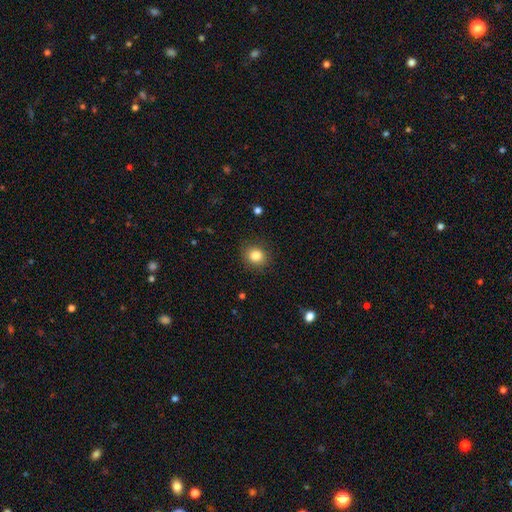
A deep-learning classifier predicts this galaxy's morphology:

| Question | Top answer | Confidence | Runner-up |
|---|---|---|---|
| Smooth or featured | smooth | 84% | star or artifact (11%) |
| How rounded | round | 79% | in between (21%) |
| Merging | none | 88% | minor disturbance (8%) |